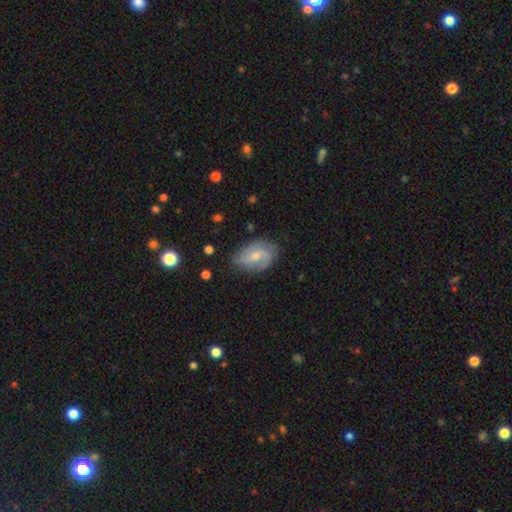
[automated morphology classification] This appears to be a featured or disk galaxy (58%) with a weak bar (46%, tied with no), spiral arms (87%) and a moderate central bulge (47%). Merging: none (65%).